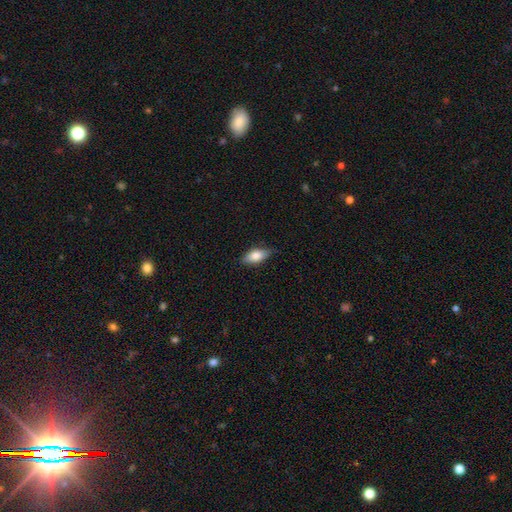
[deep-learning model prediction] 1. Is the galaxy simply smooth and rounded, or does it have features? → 77% smooth, 16% featured or disk, 7% star or artifact.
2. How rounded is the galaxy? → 84% in between, 13% cigar-shaped, 3% round.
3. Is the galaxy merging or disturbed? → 79% none, 17% minor disturbance, 3% major disturbance, 1% merger.